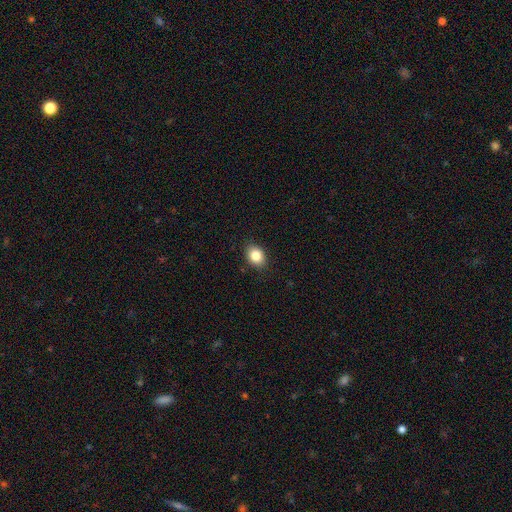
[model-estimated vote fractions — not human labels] smooth-or-featured: smooth: 84% | star or artifact: 10% | featured or disk: 7%
  how-rounded: in between: 56% | round: 43% | cigar-shaped: 1%
  merging: none: 88% | minor disturbance: 9% | major disturbance: 2% | merger: 1%